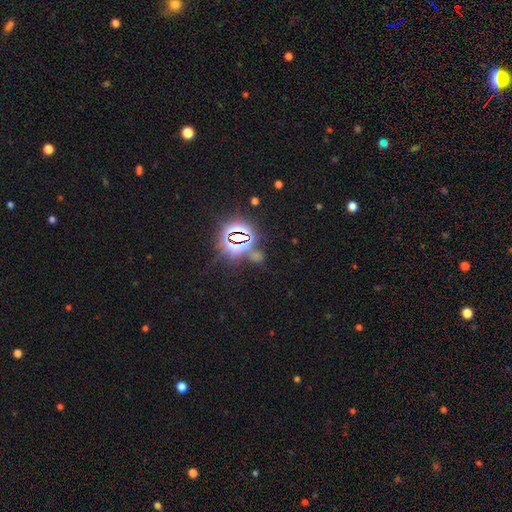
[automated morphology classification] Q: Smooth or featured?
A: star or artifact (79%); runner-up: smooth (13%)